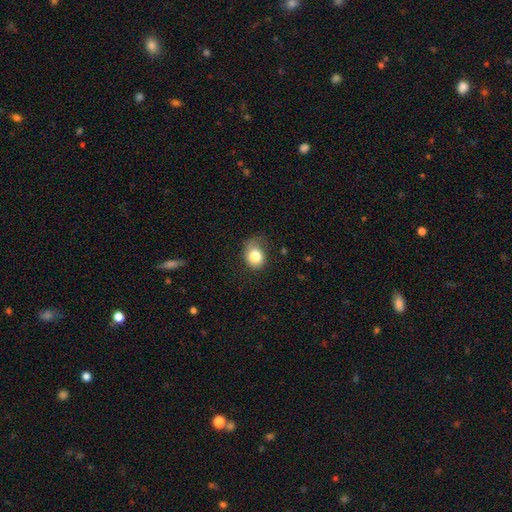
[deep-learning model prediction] Overall: smooth (82%). How rounded: round (51%; in between 49%). Merging: none (58%; minor disturbance 30%).